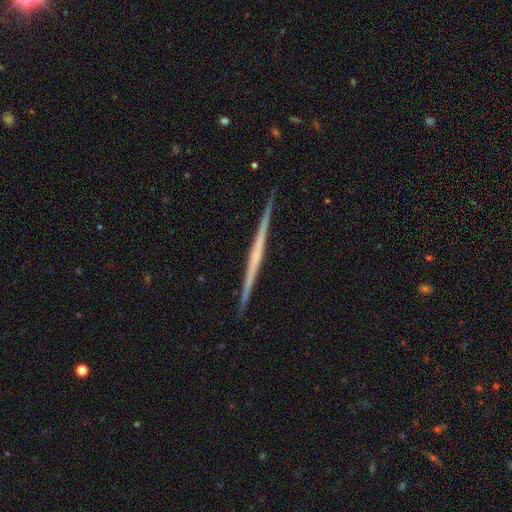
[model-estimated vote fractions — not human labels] The model was most divided on "smooth or featured": featured or disk: 71%, smooth: 23%, star or artifact: 6%. More confident: edge-on disk — yes (98%); merging — none (92%); edge-on bulge — none (82%).